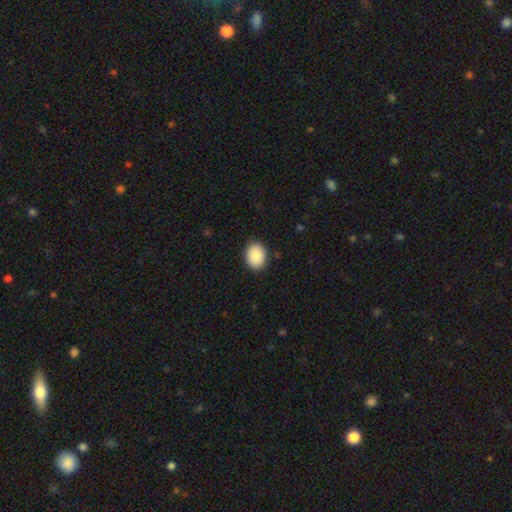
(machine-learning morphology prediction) Smooth or featured? smooth (89%)
How rounded? in between (61%)
Merging? none (90%)